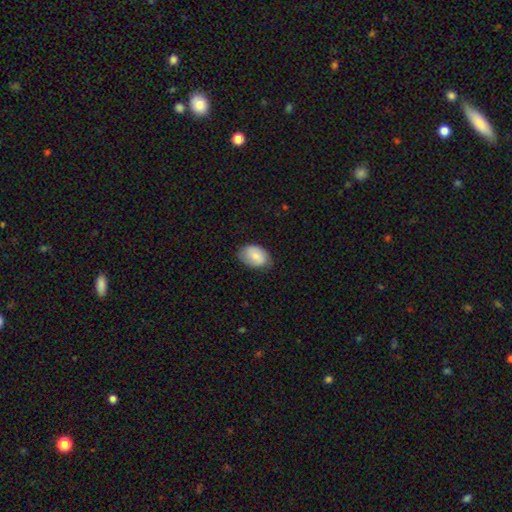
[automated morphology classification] This appears to be a smooth galaxy with no disk features (77%) that is in between round and cigar-shaped (84%). Merging: none (69%).